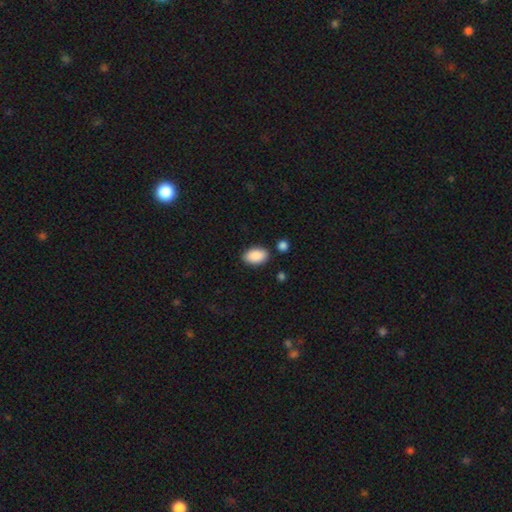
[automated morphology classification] This appears to be a smooth galaxy with no disk features (90%) that is in between round and cigar-shaped (94%). Merging: none (82%).